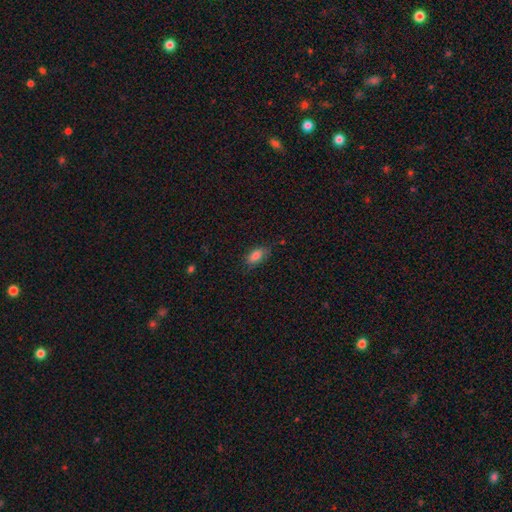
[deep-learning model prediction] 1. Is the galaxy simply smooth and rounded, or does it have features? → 83% smooth, 9% star or artifact, 8% featured or disk.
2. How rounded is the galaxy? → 89% in between, 6% cigar-shaped, 5% round.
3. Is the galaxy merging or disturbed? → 73% none, 21% minor disturbance, 4% major disturbance, 1% merger.